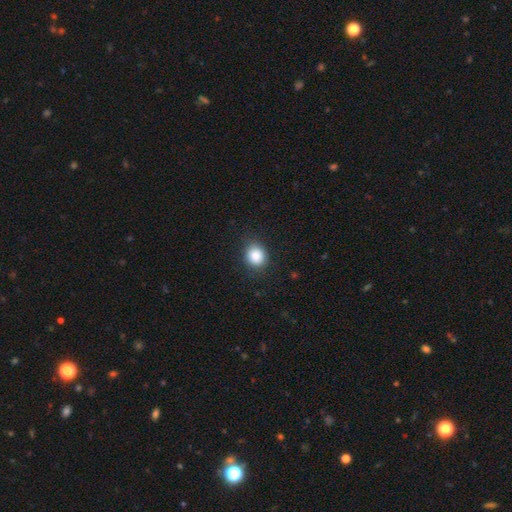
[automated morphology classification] The model was most divided on "how rounded": round: 72%, in between: 27%, cigar-shaped: 1%. More confident: smooth or featured — smooth (86%); merging — none (84%).